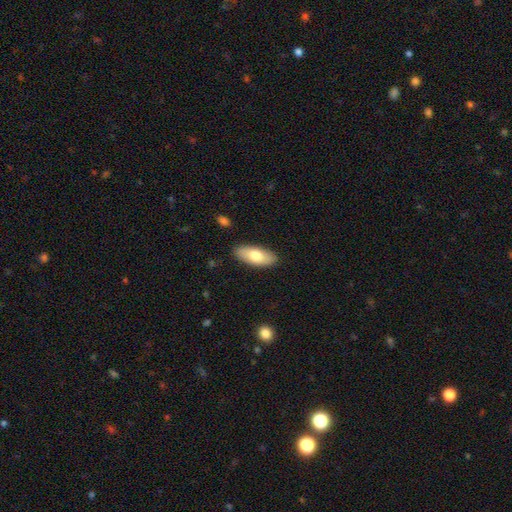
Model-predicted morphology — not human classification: Smooth or featured: smooth — 74% (featured or disk — 21%)
How rounded: in between — 84% (cigar-shaped — 13%)
Merging: none — 88% (minor disturbance — 9%)